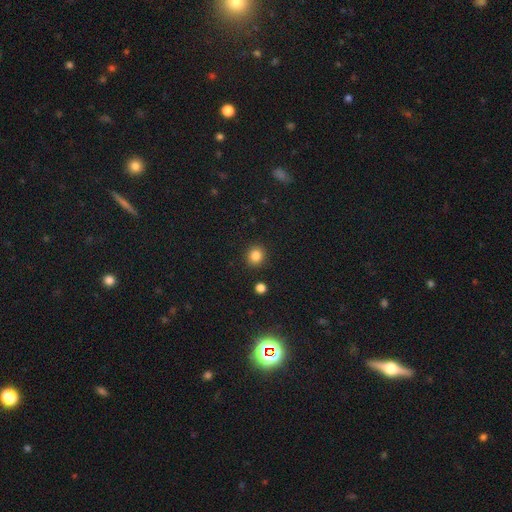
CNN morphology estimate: This is clearly a smooth galaxy (85%). How rounded: clearly round (86%). Merging: clearly none (91%).